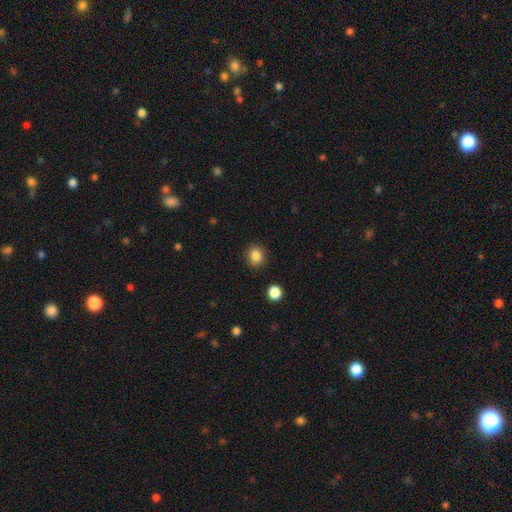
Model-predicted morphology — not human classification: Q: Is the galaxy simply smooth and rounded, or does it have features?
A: smooth — 86%.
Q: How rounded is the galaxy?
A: round — 68%.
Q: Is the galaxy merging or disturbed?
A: none — 88%.